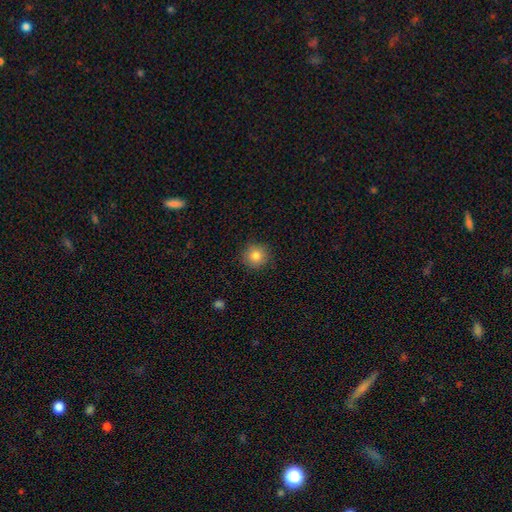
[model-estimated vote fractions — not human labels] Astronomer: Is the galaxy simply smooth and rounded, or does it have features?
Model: smooth — 84%.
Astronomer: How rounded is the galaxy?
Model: round — 93%.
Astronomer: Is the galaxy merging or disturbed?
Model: none — 90%.